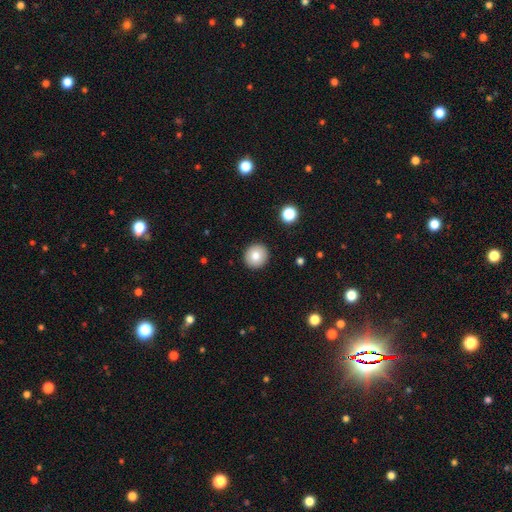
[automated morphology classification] smooth-or-featured: smooth: 81% | featured or disk: 10% | star or artifact: 9%
  how-rounded: round: 93% | in between: 6% | cigar-shaped: 1%
  merging: none: 92% | minor disturbance: 5% | major disturbance: 2% | merger: 1%